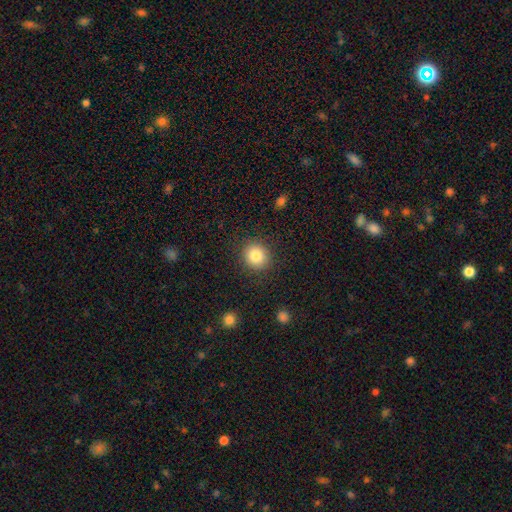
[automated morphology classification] A smooth galaxy with no disk features (82%) that is round (85%). Merging: none (89%).